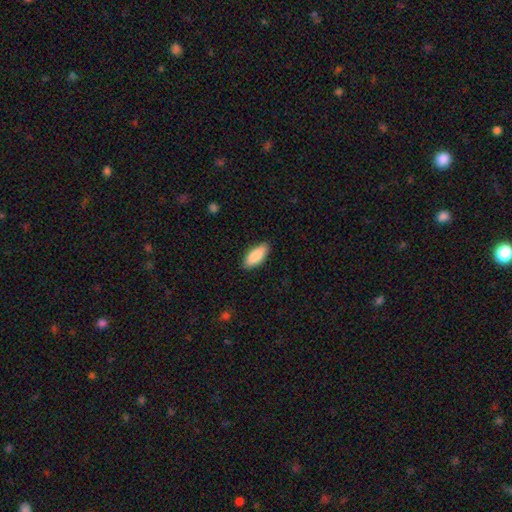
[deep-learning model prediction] Smooth or featured? smooth (87%)
How rounded? in between (78%)
Merging? none (89%)